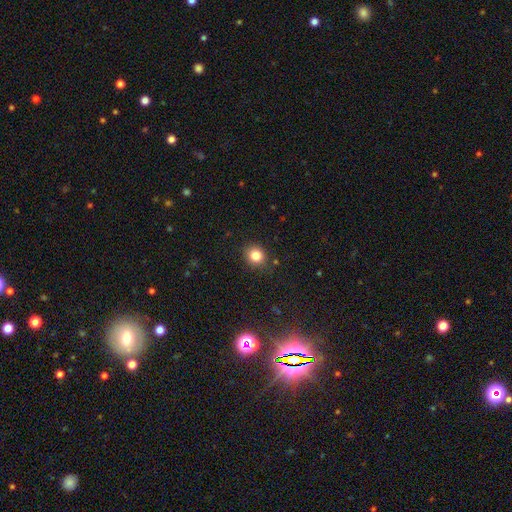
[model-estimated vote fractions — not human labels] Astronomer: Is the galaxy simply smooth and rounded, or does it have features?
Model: smooth — 82%.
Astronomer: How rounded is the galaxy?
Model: round — 80%.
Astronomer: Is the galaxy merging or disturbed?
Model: none — 87%.